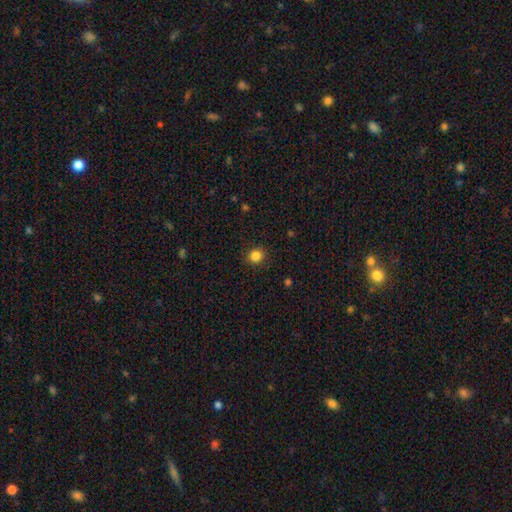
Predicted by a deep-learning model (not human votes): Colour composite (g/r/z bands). It shows a smooth galaxy with no disk features (85%) that is round (90%). Merging: none (91%).